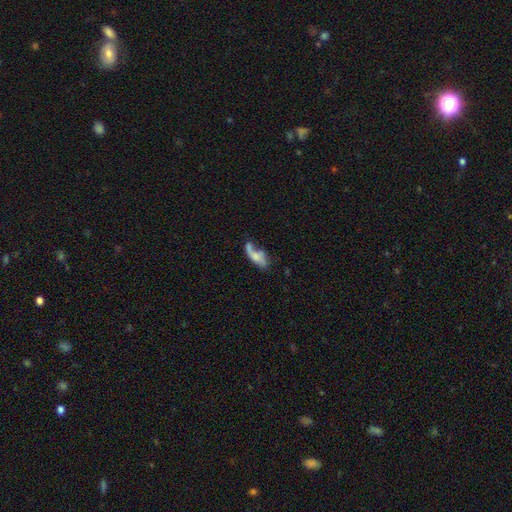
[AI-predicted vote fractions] Morphology: type=smooth (54%); roundness=in between (67%); merging=none (31%).